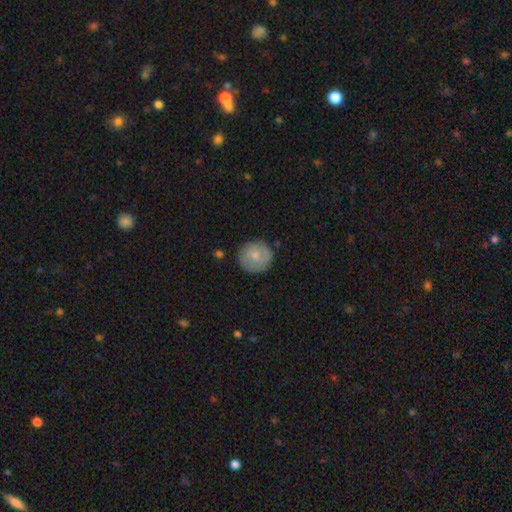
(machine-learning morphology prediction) Q: Smooth or featured?
A: smooth (69%); runner-up: featured or disk (25%)
Q: How rounded?
A: round (93%); runner-up: in between (6%)
Q: Merging?
A: none (83%); runner-up: minor disturbance (13%)